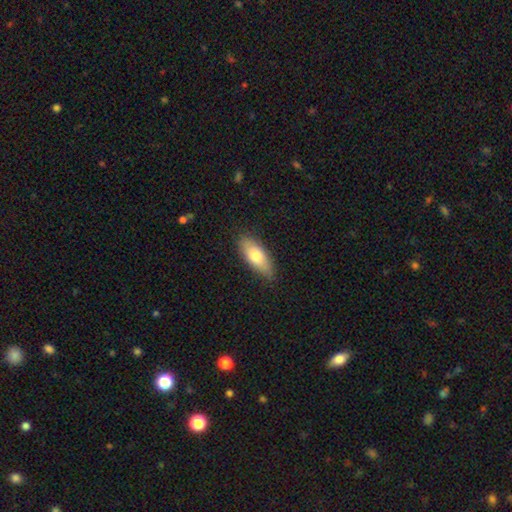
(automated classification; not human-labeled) This is likely a smooth galaxy (73%). How rounded: likely in between (74%). Merging: clearly none (82%).